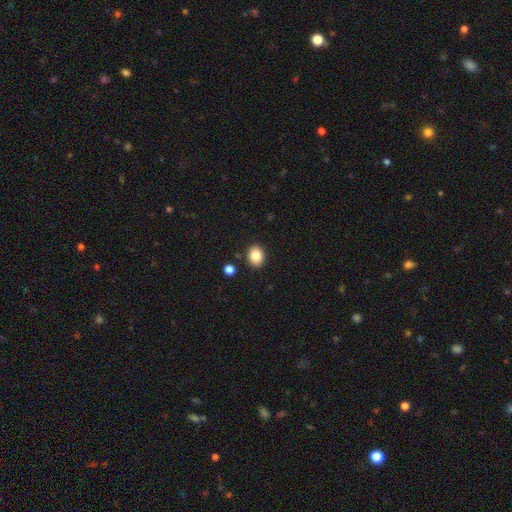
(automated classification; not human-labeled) Smooth or featured? Predicted: smooth (p=0.85). How rounded? Predicted: in between (p=0.53). Merging? Predicted: none (p=0.88).